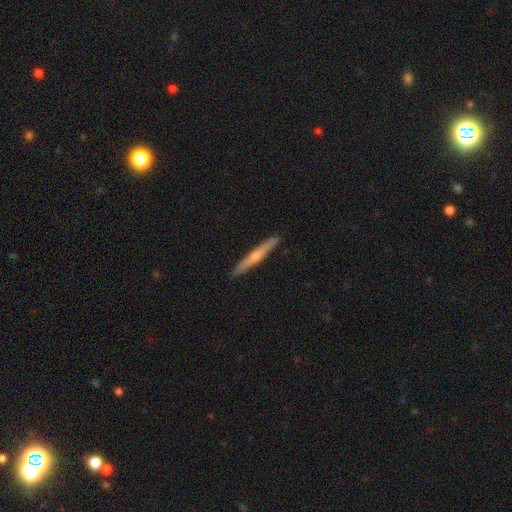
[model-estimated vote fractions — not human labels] A featured or disk galaxy (58%) viewed edge-on (97%) with a rounded central bulge (73%).

Vote fractions:
- Smooth or featured? featured or disk: 58% / smooth: 37% / star or artifact: 5%
- Edge-on disk? yes: 97% / no: 3%
- Edge-on bulge? rounded: 73% / none: 23% / boxy: 4%
- Merging? none: 92% / minor disturbance: 6% / major disturbance: 1% / merger: 1%